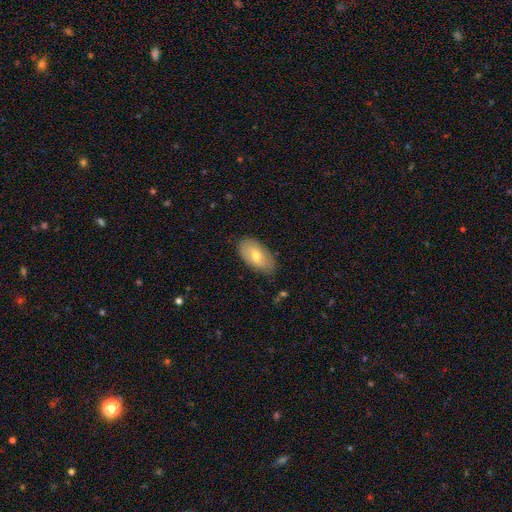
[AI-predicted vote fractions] Smooth or featured: smooth — 67% (featured or disk — 27%)
How rounded: in between — 94% (round — 4%)
Merging: none — 79% (minor disturbance — 17%)